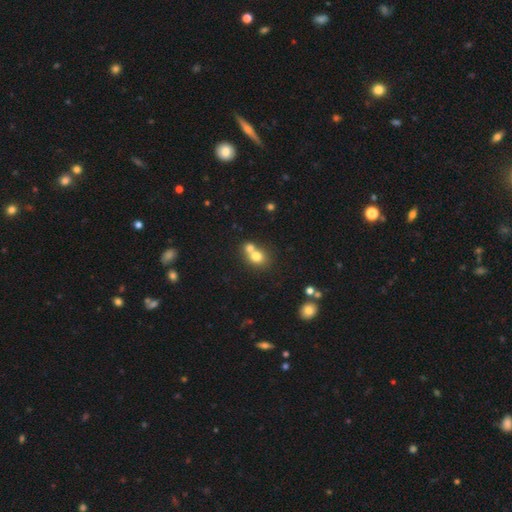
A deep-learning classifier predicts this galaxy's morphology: smooth-or-featured: smooth: 75% | featured or disk: 14% | star or artifact: 12%
  how-rounded: round: 72% | in between: 27% | cigar-shaped: 1%
  merging: merger: 56% | none: 35% | minor disturbance: 6% | major disturbance: 3%